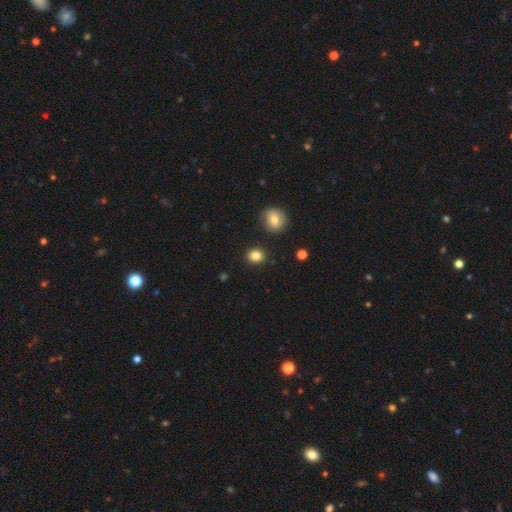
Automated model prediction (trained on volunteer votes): Q: Smooth or featured?
A: smooth (84%); runner-up: star or artifact (11%)
Q: How rounded?
A: round (80%); runner-up: in between (19%)
Q: Merging?
A: none (89%); runner-up: minor disturbance (7%)